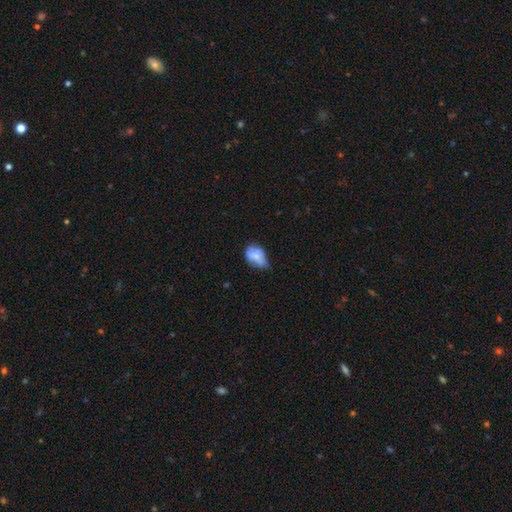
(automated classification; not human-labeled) This appears to be a smooth galaxy with no disk features (62%) that is in between round and cigar-shaped (85%). Merging: minor disturbance (44%).